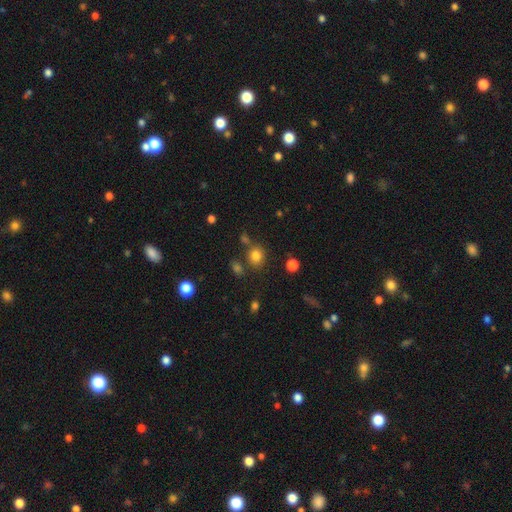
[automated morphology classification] Overall: smooth (80%). How rounded: round (73%). Merging: none (74%).